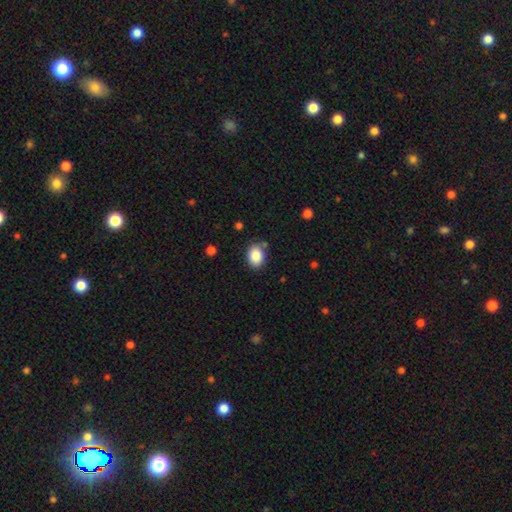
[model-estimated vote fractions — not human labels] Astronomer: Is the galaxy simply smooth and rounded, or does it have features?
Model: smooth — 87%.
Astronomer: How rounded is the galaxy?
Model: in between — 71%.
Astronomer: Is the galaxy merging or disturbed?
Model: none — 81%.